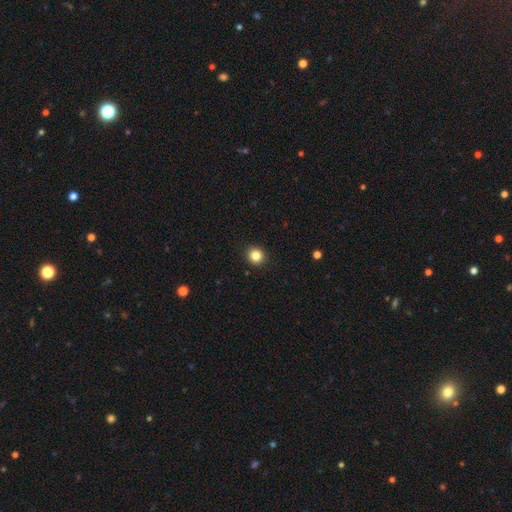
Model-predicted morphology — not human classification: Smooth or featured?
  - smooth: 84% *
  - star or artifact: 11%
  - featured or disk: 5%
How rounded?
  - round: 90% *
  - in between: 9%
  - cigar-shaped: 1%
Merging?
  - none: 93% *
  - minor disturbance: 5%
  - major disturbance: 2%
  - merger: 1%